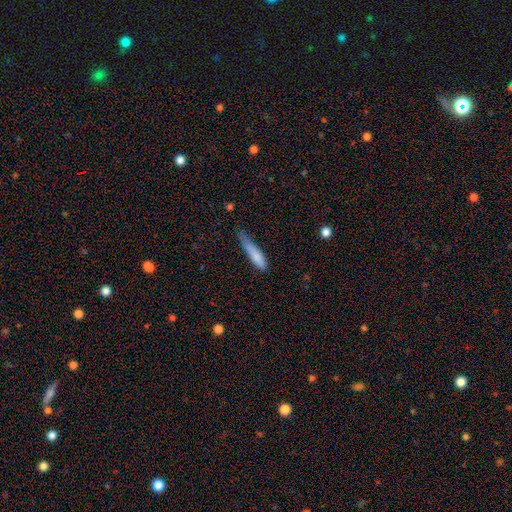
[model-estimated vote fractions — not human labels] A smooth galaxy with no disk features (79%) that is cigar-shaped (82%).

Vote fractions:
- Smooth or featured? smooth: 79% / featured or disk: 14% / star or artifact: 7%
- How rounded? cigar-shaped: 82% / in between: 16% / round: 2%
- Merging? minor disturbance: 43% / none: 38% / major disturbance: 16% / merger: 3%